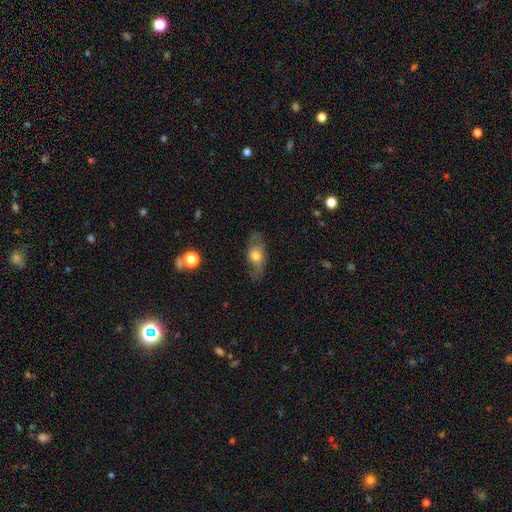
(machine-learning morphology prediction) Smooth or featured?
  - smooth: 48% *
  - featured or disk: 44%
  - star or artifact: 8%
Merging?
  - none: 69% *
  - minor disturbance: 20%
  - major disturbance: 9%
  - merger: 2%